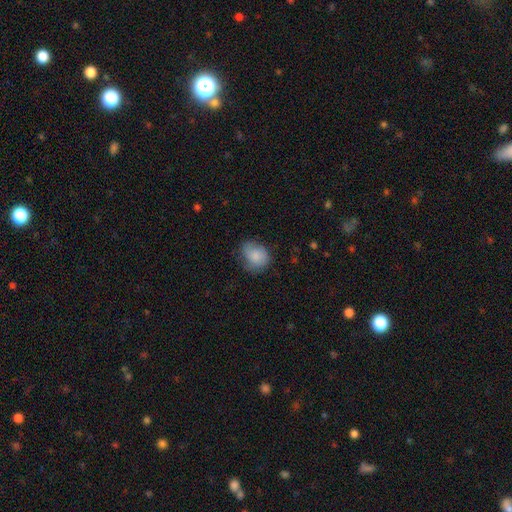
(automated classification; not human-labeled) smooth_or_featured: smooth (p=0.80) [alt: featured or disk p=0.13]
how_rounded: round (p=0.55) [alt: in between p=0.44]
merging: none (p=0.61) [alt: minor disturbance p=0.29]